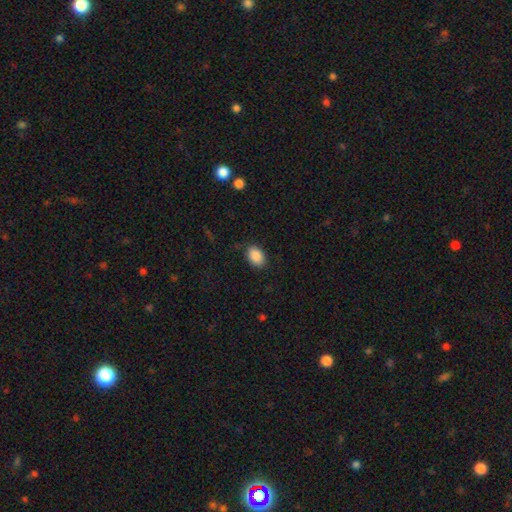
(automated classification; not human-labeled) Smooth or featured? smooth (89%)
How rounded? in between (85%)
Merging? none (84%)